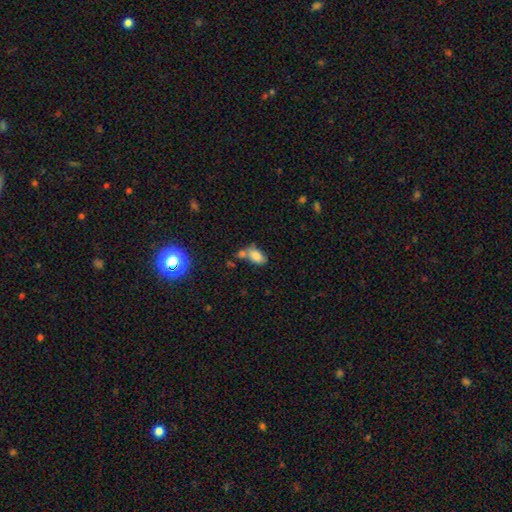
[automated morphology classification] This is clearly a smooth galaxy (81%). How rounded: clearly in between (91%). Merging: marginally merger (39%, tied with none).